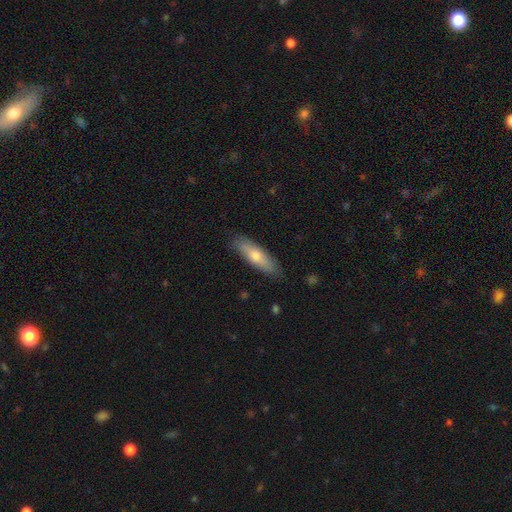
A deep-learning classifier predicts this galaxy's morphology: Smooth or featured?
  - smooth: 64% *
  - featured or disk: 30%
  - star or artifact: 6%
How rounded?
  - cigar-shaped: 58% *
  - in between: 40%
  - round: 2%
Merging?
  - none: 85% *
  - minor disturbance: 12%
  - major disturbance: 2%
  - merger: 1%